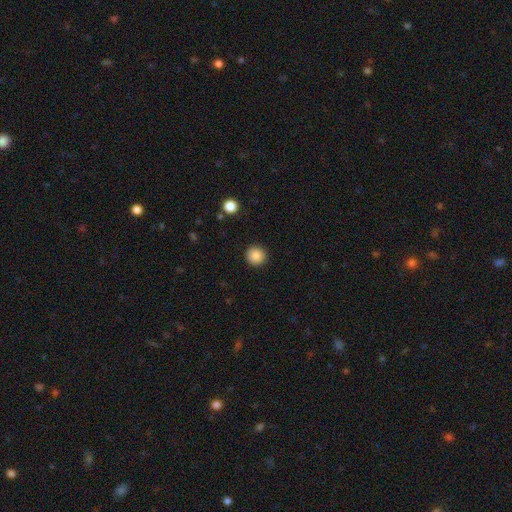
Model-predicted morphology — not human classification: Smooth or featured? Predicted: smooth (p=0.88). How rounded? Predicted: round (p=0.94). Merging? Predicted: none (p=0.92).